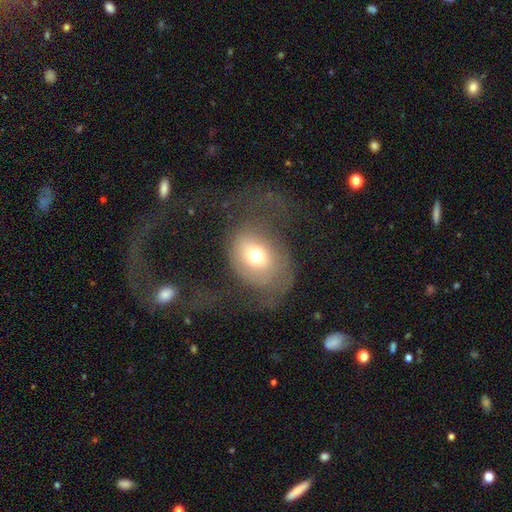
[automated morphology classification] This appears to be a smooth galaxy with no disk features (59%) that is in between round and cigar-shaped (49%, tied with round). Merging: major disturbance (44%).